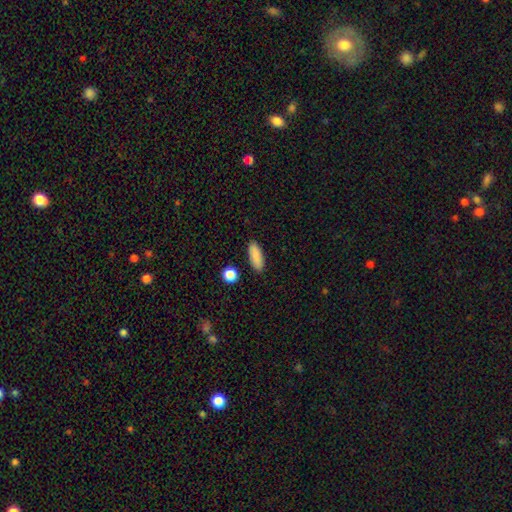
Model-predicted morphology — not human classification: smooth 87%, star or artifact 7%, featured or disk 6%. Down the decision tree: how rounded — in between (68%); merging — none (89%).